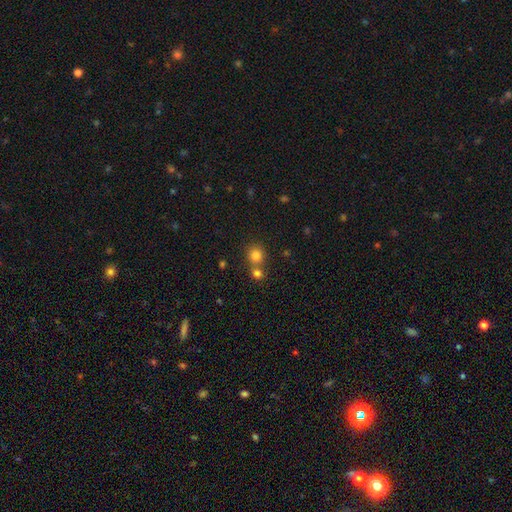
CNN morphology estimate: The model was most divided on "merging": none: 56%, merger: 34%, minor disturbance: 7%, major disturbance: 3%. More confident: how rounded — round (86%); smooth or featured — smooth (80%).